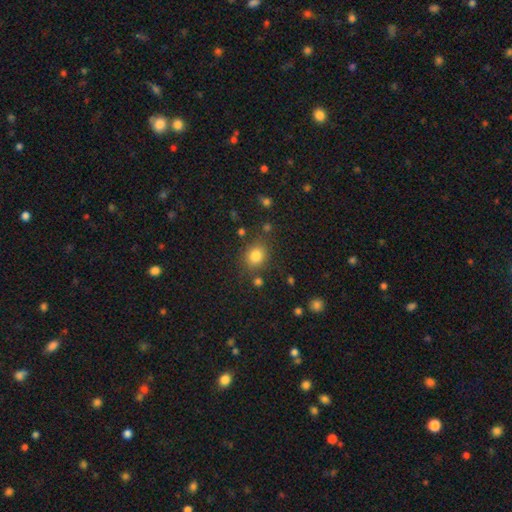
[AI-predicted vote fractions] This appears to be a smooth galaxy with no disk features (82%) that is round (67%). Merging: none (78%).